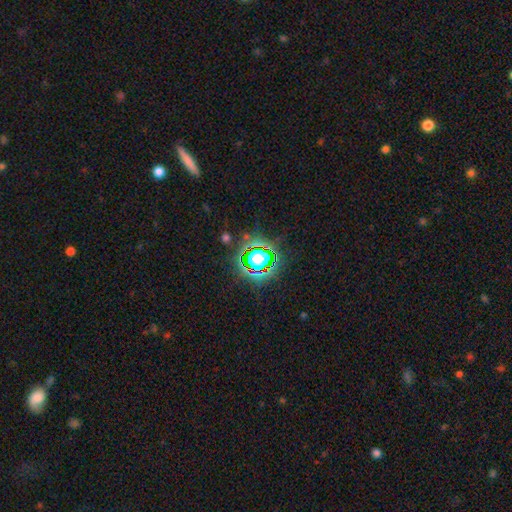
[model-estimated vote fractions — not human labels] smooth-or-featured: star or artifact: 68% | smooth: 20% | featured or disk: 12%